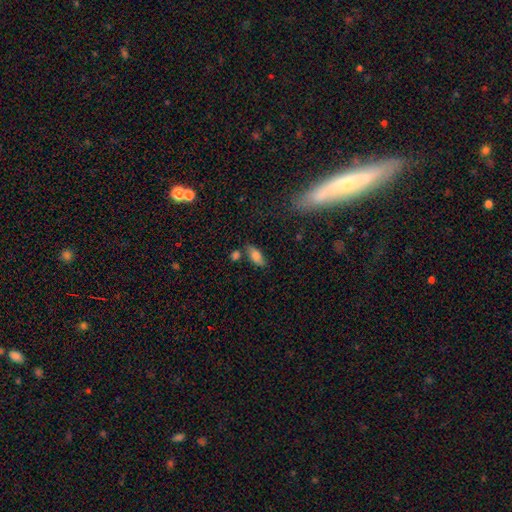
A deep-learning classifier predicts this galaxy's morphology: This appears to be a smooth galaxy with no disk features (74%) that is in between round and cigar-shaped (80%). Merging: none (66%).